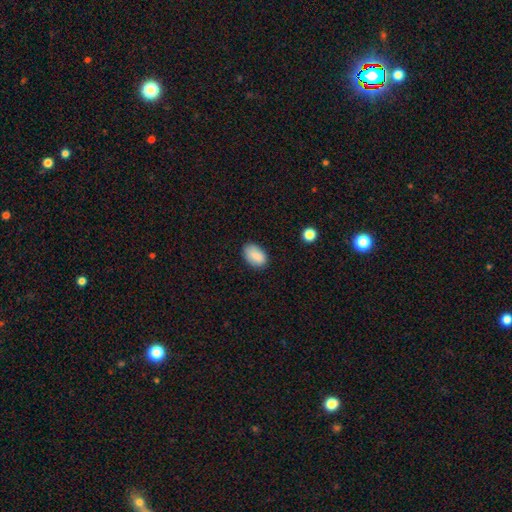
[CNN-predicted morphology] smooth_or_featured: smooth (p=0.88) [alt: star or artifact p=0.08]
how_rounded: in between (p=0.90) [alt: round p=0.08]
merging: none (p=0.81) [alt: minor disturbance p=0.15]